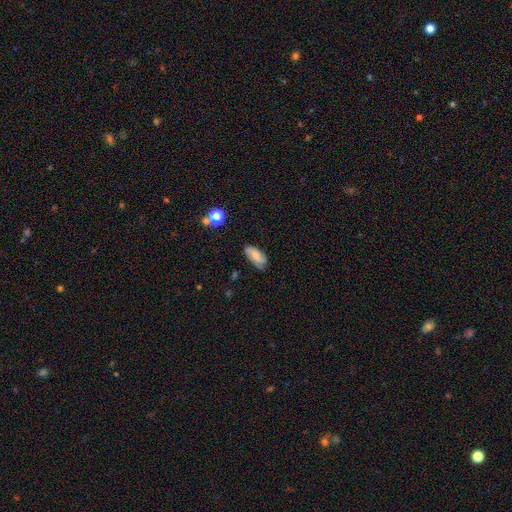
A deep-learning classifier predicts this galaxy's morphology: This appears to be a smooth galaxy with no disk features (53%) that is in between round and cigar-shaped (86%). Merging: none (70%).